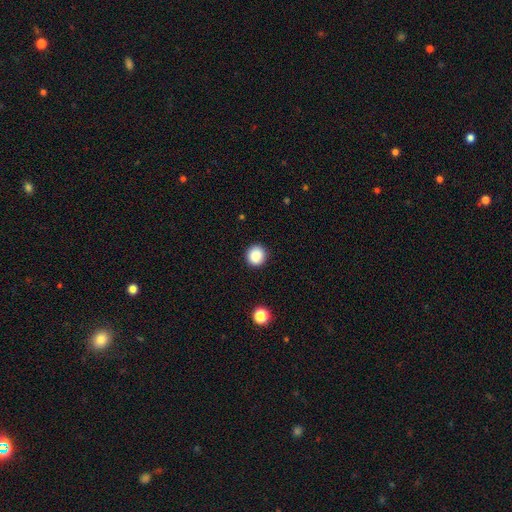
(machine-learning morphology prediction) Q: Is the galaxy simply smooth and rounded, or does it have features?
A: smooth — 87%.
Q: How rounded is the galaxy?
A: round — 93%.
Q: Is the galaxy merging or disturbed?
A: none — 91%.